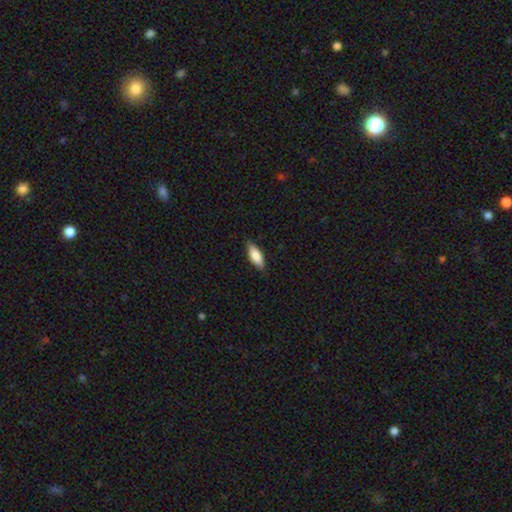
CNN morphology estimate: smooth_or_featured: smooth (p=0.79) [alt: featured or disk p=0.15]
how_rounded: in between (p=0.67) [alt: cigar-shaped p=0.31]
merging: none (p=0.85) [alt: minor disturbance p=0.12]